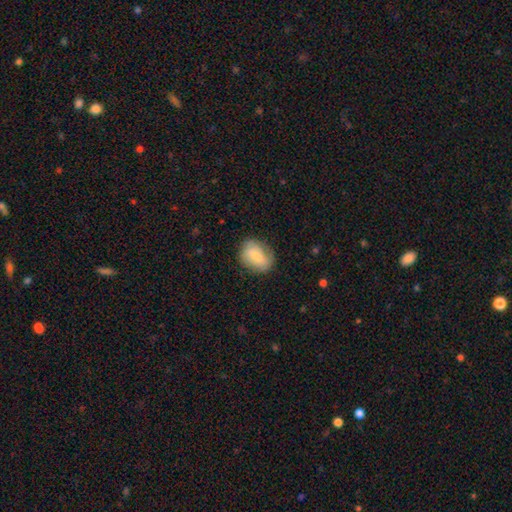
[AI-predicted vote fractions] smooth_or_featured: smooth (p=0.76) [alt: featured or disk p=0.17]
how_rounded: in between (p=0.70) [alt: round p=0.28]
merging: none (p=0.75) [alt: minor disturbance p=0.19]